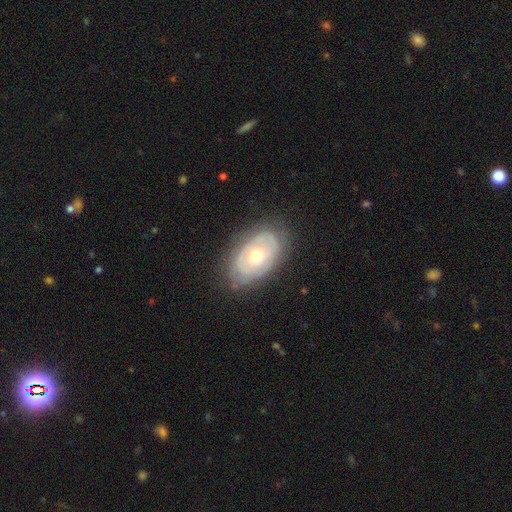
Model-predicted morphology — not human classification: Smooth or featured: featured or disk — 64% (smooth — 31%)
Edge-on disk: no — 92% (yes — 8%)
Bar: no — 83% (weak — 13%)
Spiral arms: no — 54% (yes — 46%)
Bulge size: moderate — 74% (small — 18%)
Merging: none — 77% (minor disturbance — 17%)